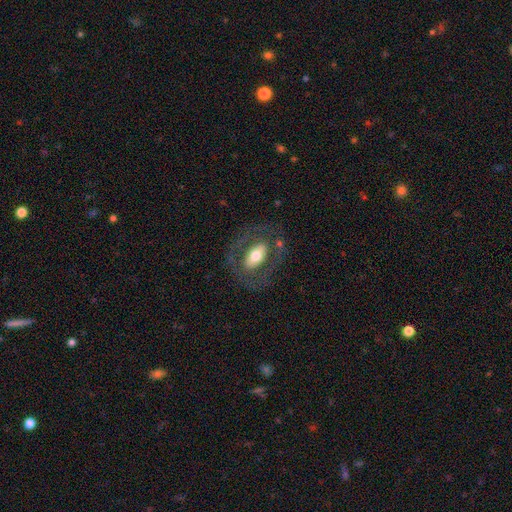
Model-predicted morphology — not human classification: type=featured or disk (53%); edge-on=no (89%); merging=none (72%).